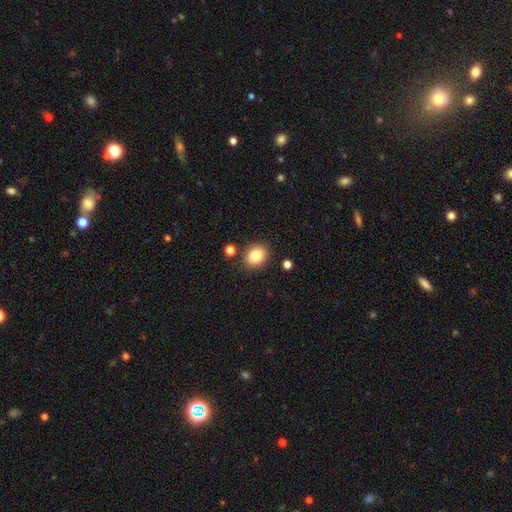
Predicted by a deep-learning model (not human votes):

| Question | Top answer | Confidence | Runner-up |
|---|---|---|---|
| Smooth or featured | smooth | 82% | star or artifact (10%) |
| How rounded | round | 58% | in between (41%) |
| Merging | none | 84% | minor disturbance (9%) |